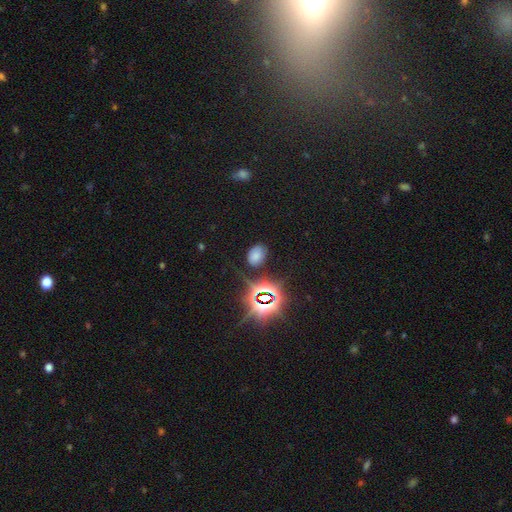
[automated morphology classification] Smooth or featured?
  - smooth: 60% *
  - star or artifact: 31%
  - featured or disk: 8%
How rounded?
  - in between: 80% *
  - round: 19%
  - cigar-shaped: 1%
Merging?
  - none: 76% *
  - minor disturbance: 15%
  - major disturbance: 6%
  - merger: 3%